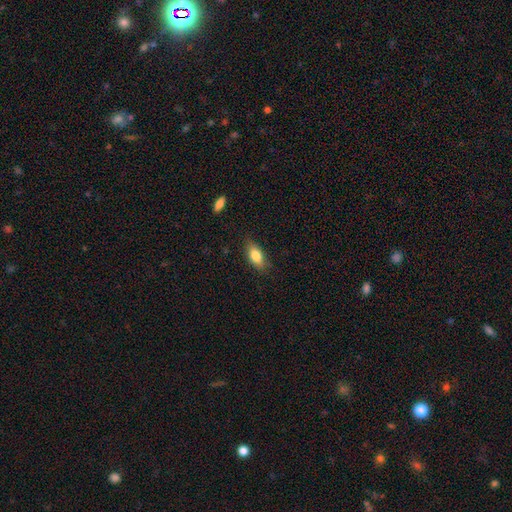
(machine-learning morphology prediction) smooth_or_featured: smooth (p=0.81) [alt: featured or disk p=0.12]
how_rounded: in between (p=0.85) [alt: cigar-shaped p=0.11]
merging: none (p=0.82) [alt: minor disturbance p=0.14]